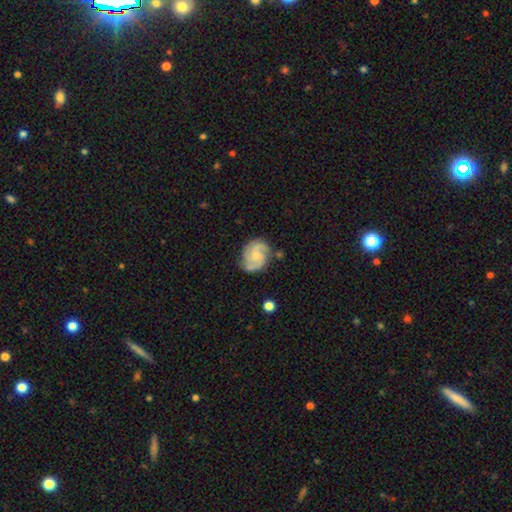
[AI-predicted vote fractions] This appears to be a featured or disk galaxy (85%) with no bar (60%), 3 (42%) medium (50%) spiral arms (97%) and a small central bulge (61%). Merging: none (75%).